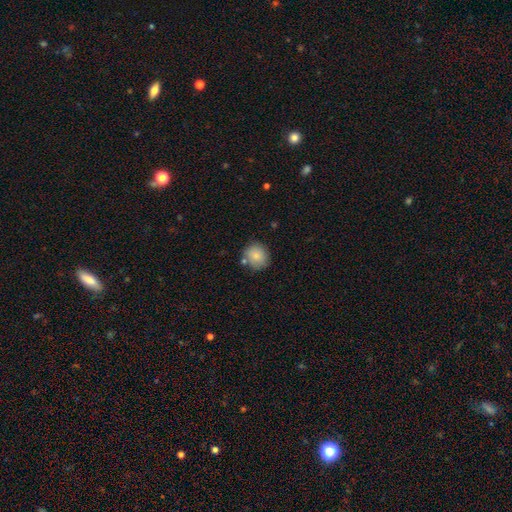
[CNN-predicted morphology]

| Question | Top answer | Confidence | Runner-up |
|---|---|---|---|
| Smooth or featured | smooth | 85% | star or artifact (8%) |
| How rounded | round | 85% | in between (14%) |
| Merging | none | 77% | minor disturbance (13%) |